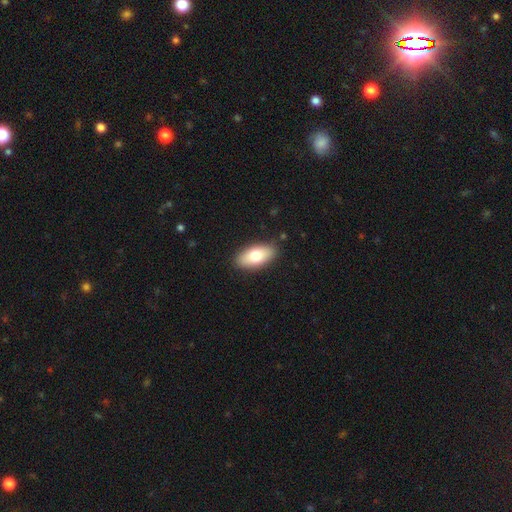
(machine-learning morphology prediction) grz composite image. It shows a smooth galaxy with no disk features (75%) that is in between round and cigar-shaped (90%). Merging: none (88%).